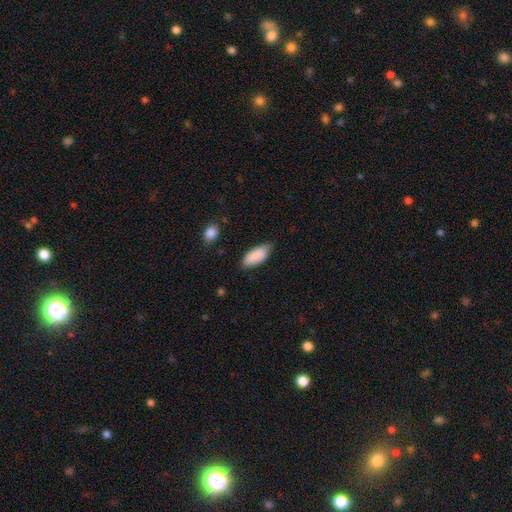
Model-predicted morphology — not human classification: This appears to be a smooth galaxy with no disk features (88%) that is in between round and cigar-shaped (85%). Merging: none (71%).